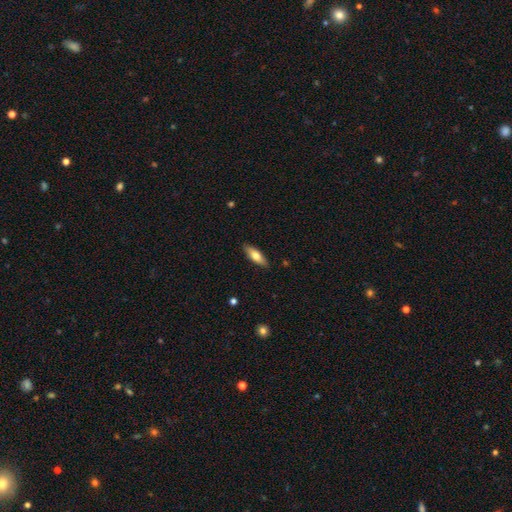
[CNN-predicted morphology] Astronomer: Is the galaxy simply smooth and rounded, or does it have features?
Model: smooth — 67%.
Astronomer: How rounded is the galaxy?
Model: in between — 56% (runner-up: cigar-shaped, 42%).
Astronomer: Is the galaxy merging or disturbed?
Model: none — 88%.